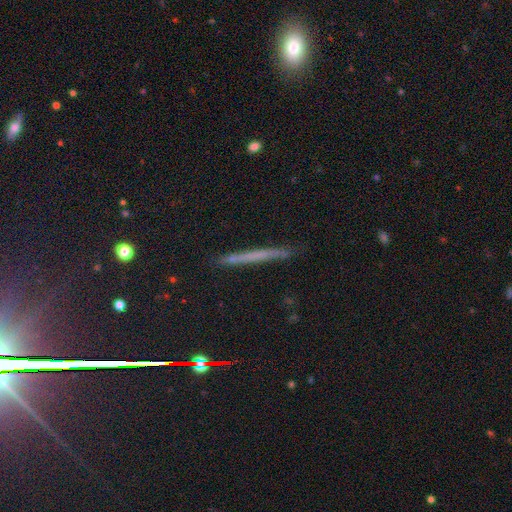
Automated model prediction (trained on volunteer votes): A smooth galaxy with no disk features (48%). Merging: none (87%).